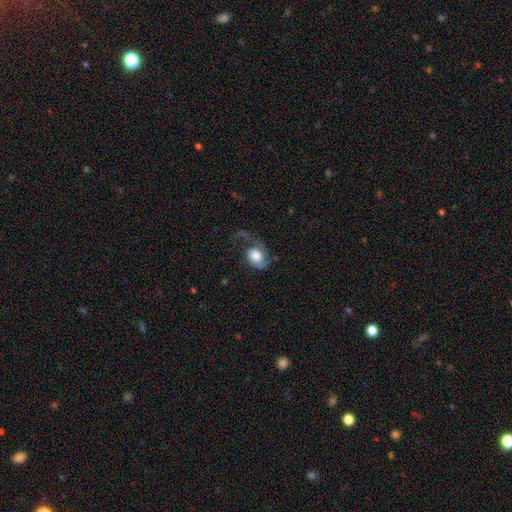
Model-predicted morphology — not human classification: A featured or disk galaxy (57%) with no bar (75%), spiral arms (87%) and a large central bulge (50%).

Vote fractions:
- Smooth or featured? featured or disk: 57% / smooth: 36% / star or artifact: 7%
- Edge-on disk? no: 97% / yes: 3%
- Bar? no: 75% / weak: 21% / strong: 4%
- Spiral arms? yes: 87% / no: 13%
- Bulge size? large: 50% / moderate: 23% / dominant: 17% / small: 5% / none: 4%
- Merging? major disturbance: 51% / none: 28% / minor disturbance: 18% / merger: 3%